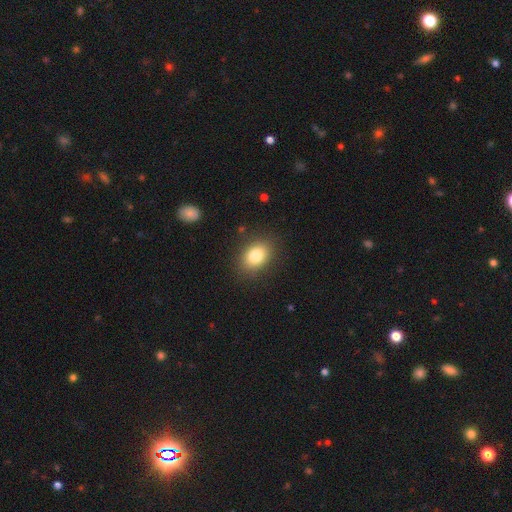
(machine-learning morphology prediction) Smooth or featured? smooth (82%)
How rounded? in between (72%)
Merging? none (86%)